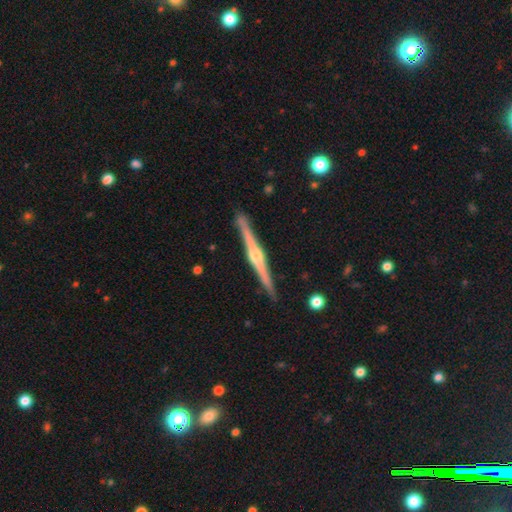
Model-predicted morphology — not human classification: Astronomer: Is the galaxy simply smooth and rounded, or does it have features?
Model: featured or disk — 84%.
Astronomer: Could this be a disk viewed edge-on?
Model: yes — 99%.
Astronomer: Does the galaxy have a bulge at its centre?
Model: rounded — 87%.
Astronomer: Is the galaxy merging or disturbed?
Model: none — 91%.